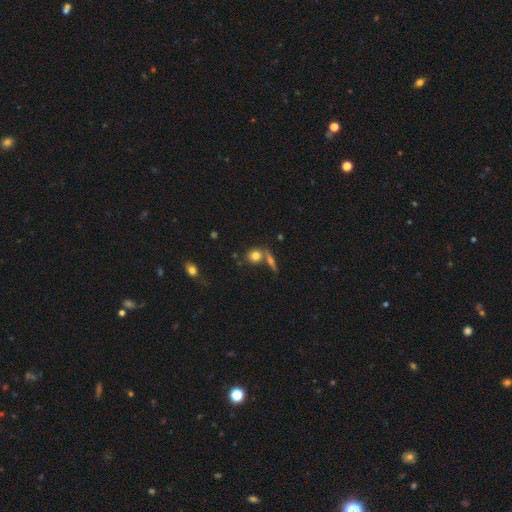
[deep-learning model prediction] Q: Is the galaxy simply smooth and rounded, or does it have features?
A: smooth — 76%.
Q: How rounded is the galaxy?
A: round — 75%.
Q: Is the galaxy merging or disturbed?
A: none — 60%.